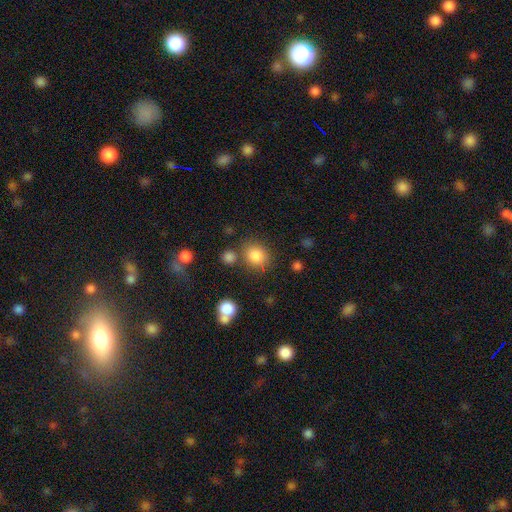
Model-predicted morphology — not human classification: This is clearly a smooth galaxy (84%). How rounded: likely round (71%). Merging: likely none (72%).